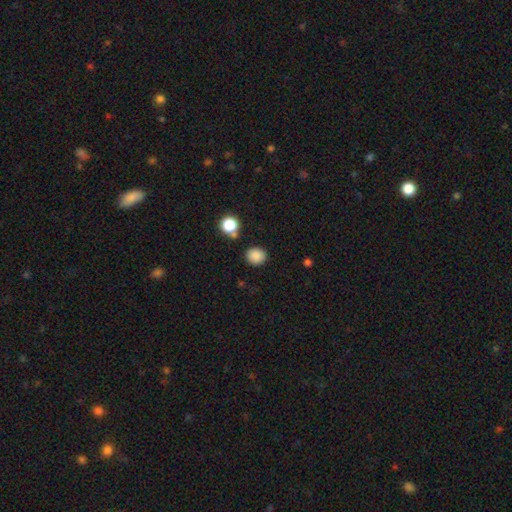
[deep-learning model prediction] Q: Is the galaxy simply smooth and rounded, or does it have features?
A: smooth — 86%.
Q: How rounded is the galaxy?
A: round — 82%.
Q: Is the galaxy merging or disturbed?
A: none — 85%.